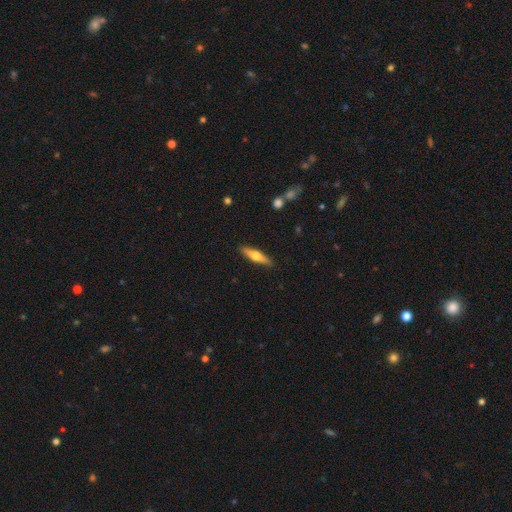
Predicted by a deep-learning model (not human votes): Morphology: type=featured or disk (52%); edge-on=yes (94%); merging=none (90%).